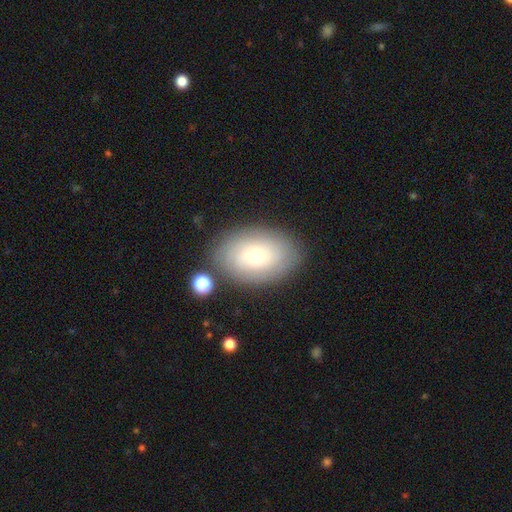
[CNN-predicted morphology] A smooth galaxy with no disk features (57%) that is in between round and cigar-shaped (86%).

Vote fractions:
- Smooth or featured? smooth: 57% / featured or disk: 35% / star or artifact: 9%
- How rounded? in between: 86% / round: 13% / cigar-shaped: 1%
- Merging? none: 80% / minor disturbance: 13% / major disturbance: 4% / merger: 3%